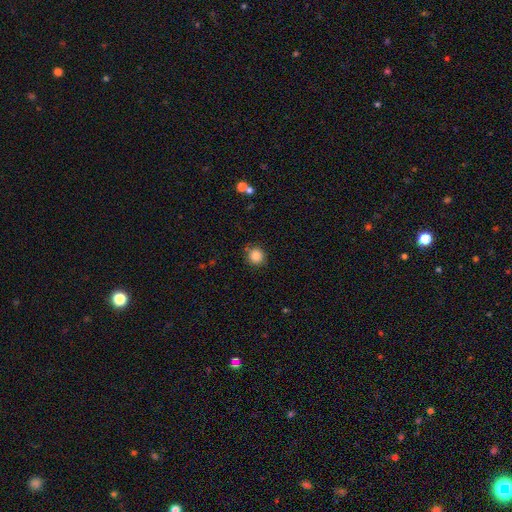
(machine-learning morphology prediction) Smooth or featured?
  - smooth: 85% *
  - star or artifact: 10%
  - featured or disk: 5%
How rounded?
  - round: 89% *
  - in between: 10%
  - cigar-shaped: 1%
Merging?
  - none: 83% *
  - minor disturbance: 11%
  - merger: 3%
  - major disturbance: 3%